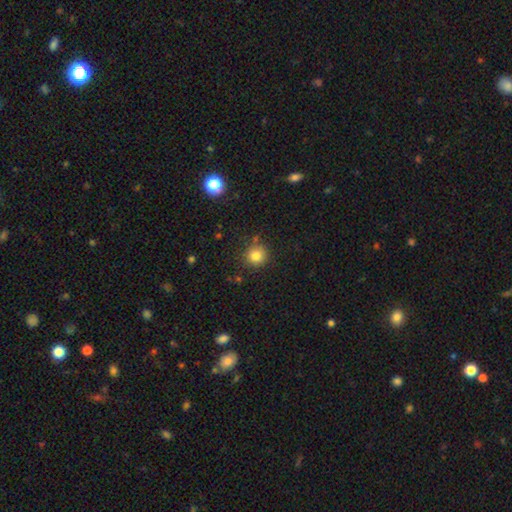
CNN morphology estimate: smooth 82%, star or artifact 12%, featured or disk 6%. Down the decision tree: how rounded — round (91%); merging — none (83%).